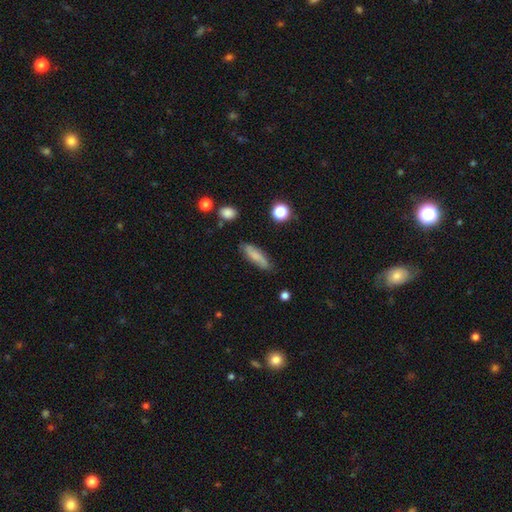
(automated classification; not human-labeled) smooth_or_featured: smooth (p=0.71) [alt: featured or disk p=0.21]
how_rounded: cigar-shaped (p=0.57) [alt: in between p=0.40]
merging: none (p=0.76) [alt: minor disturbance p=0.17]